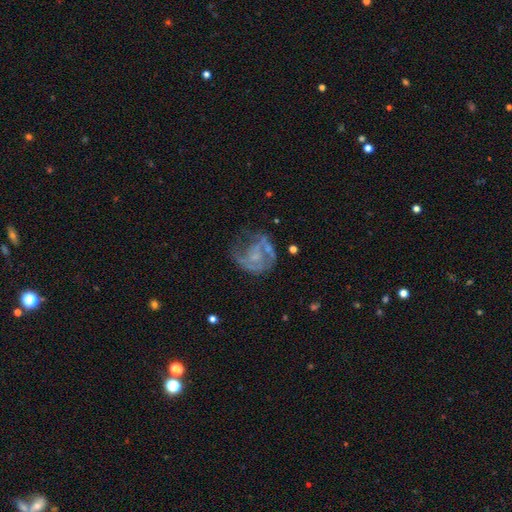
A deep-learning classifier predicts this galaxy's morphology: Overall: featured or disk (69%). Edge-on disk: no (98%). Bar: no (72%). Spiral arms: yes (66%; no 34%). Bulge size: small (48%; none 30%). Merging: none (41%; major disturbance 32%).